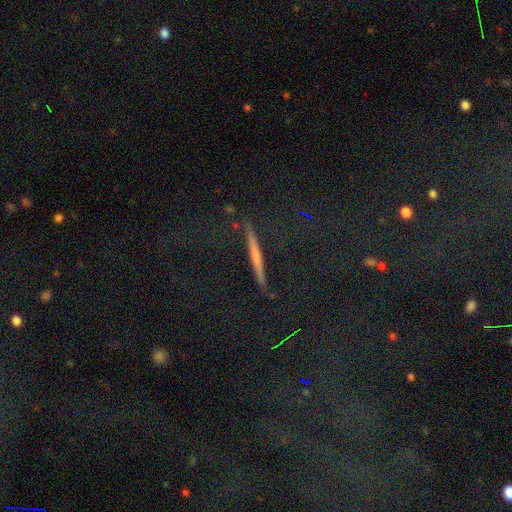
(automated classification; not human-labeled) A featured or disk galaxy (43%).

Vote fractions:
- Smooth or featured? featured or disk: 43% / smooth: 32% / star or artifact: 25%
- Merging? none: 86% / minor disturbance: 10% / major disturbance: 3% / merger: 2%